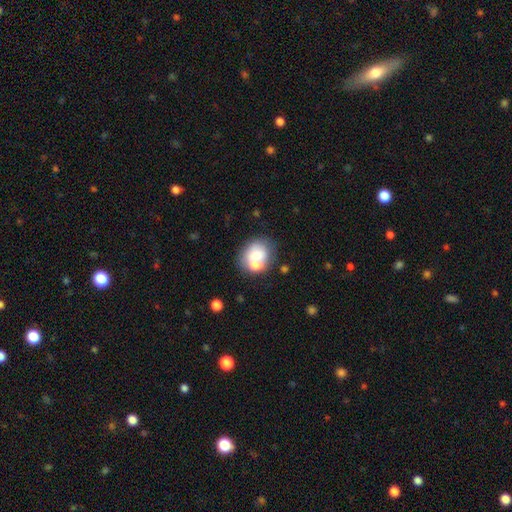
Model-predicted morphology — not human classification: smooth-or-featured: smooth: 68% | featured or disk: 23% | star or artifact: 9%
  how-rounded: round: 66% | in between: 33% | cigar-shaped: 1%
  merging: none: 46% | merger: 35% | minor disturbance: 14% | major disturbance: 6%